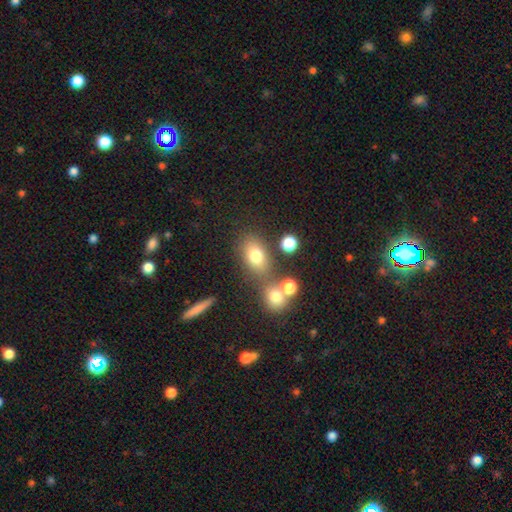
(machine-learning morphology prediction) smooth-or-featured: smooth: 74% | star or artifact: 13% | featured or disk: 12%
  how-rounded: in between: 72% | round: 25% | cigar-shaped: 3%
  merging: none: 64% | merger: 16% | minor disturbance: 13% | major disturbance: 6%